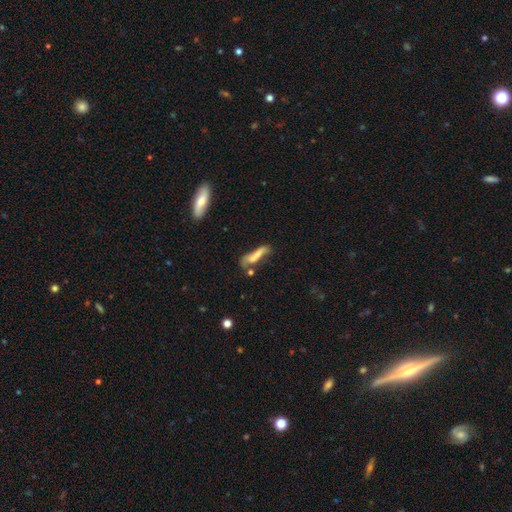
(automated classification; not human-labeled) Smooth or featured? Predicted: smooth (p=0.62). How rounded? Predicted: cigar-shaped (p=0.71). Merging? Predicted: none (p=0.41).